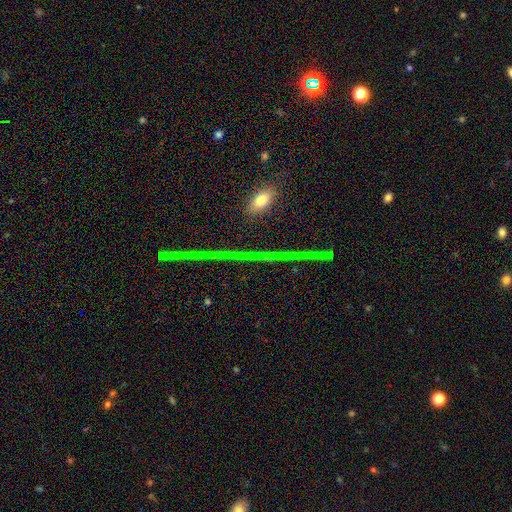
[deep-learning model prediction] star or artifact 52%, smooth 25%, featured or disk 23%.